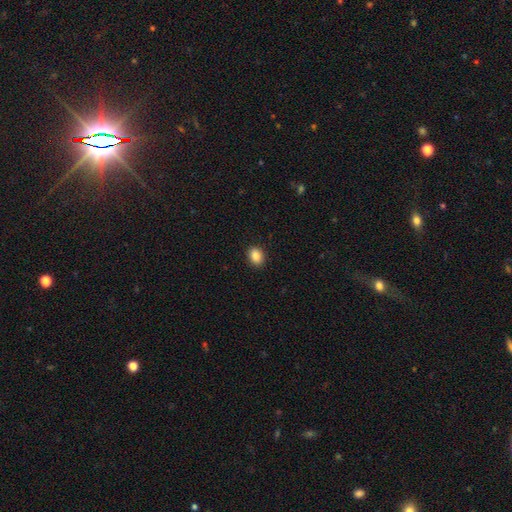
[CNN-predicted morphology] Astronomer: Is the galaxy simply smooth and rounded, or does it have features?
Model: smooth — 87%.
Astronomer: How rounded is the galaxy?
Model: in between — 59% (runner-up: round, 41%).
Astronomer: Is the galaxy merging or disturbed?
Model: none — 91%.